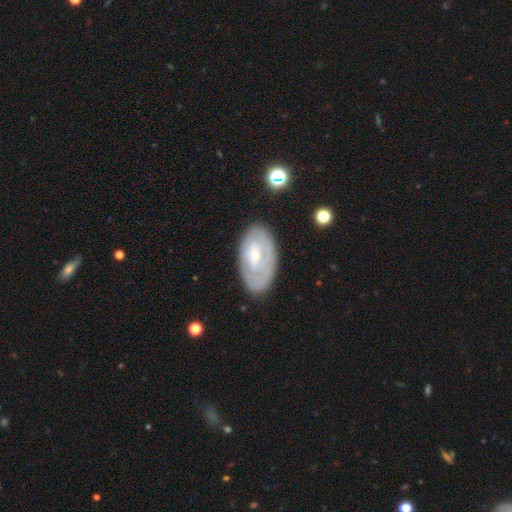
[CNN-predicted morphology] This is likely a featured or disk galaxy (61%). It is clearly not viewed edge-on (93%). Bar: possibly no (57%). Spiral arm pattern: possibly yes (57%). Central bulge: likely small (61%). Merging: likely none (76%).